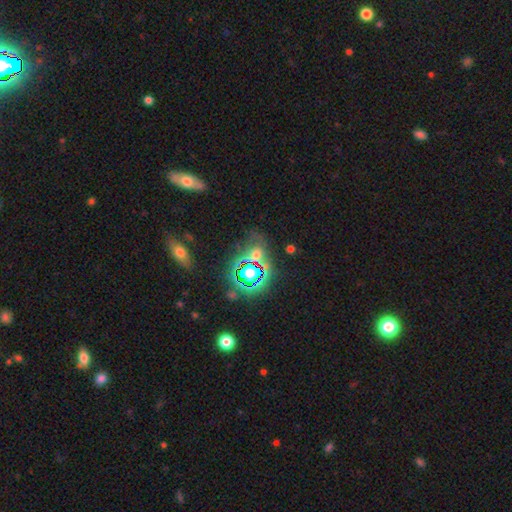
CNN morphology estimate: This appears to be a star or artifact, not a galaxy (57%).